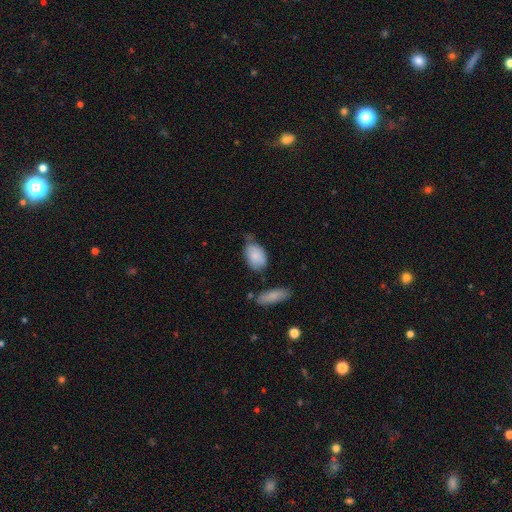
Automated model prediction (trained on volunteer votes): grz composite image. It shows a smooth galaxy with no disk features (83%) that is in between round and cigar-shaped (85%). Merging: none (46%).